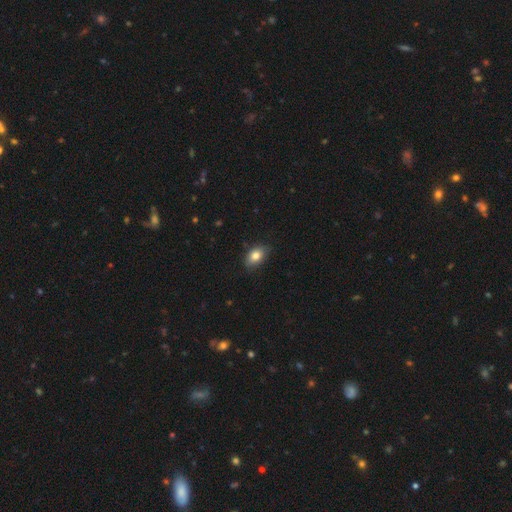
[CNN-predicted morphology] A smooth galaxy with no disk features (82%) that is in between round and cigar-shaped (84%).

Vote fractions:
- Smooth or featured? smooth: 82% / featured or disk: 9% / star or artifact: 9%
- How rounded? in between: 84% / round: 14% / cigar-shaped: 2%
- Merging? none: 79% / minor disturbance: 18% / major disturbance: 3% / merger: 1%